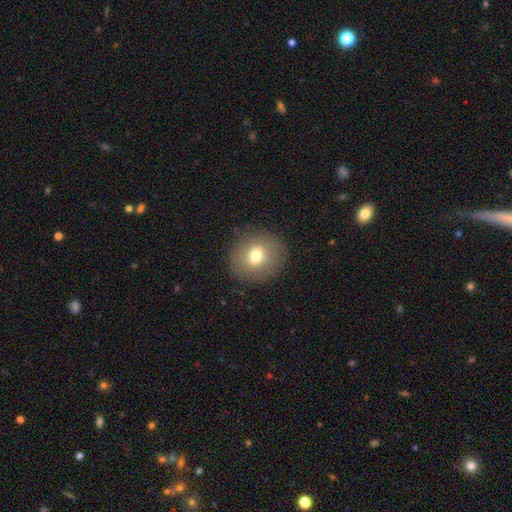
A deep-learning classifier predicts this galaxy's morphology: The model was most divided on "smooth or featured": smooth: 67%, featured or disk: 23%, star or artifact: 10%. More confident: merging — none (86%); how rounded — round (78%).